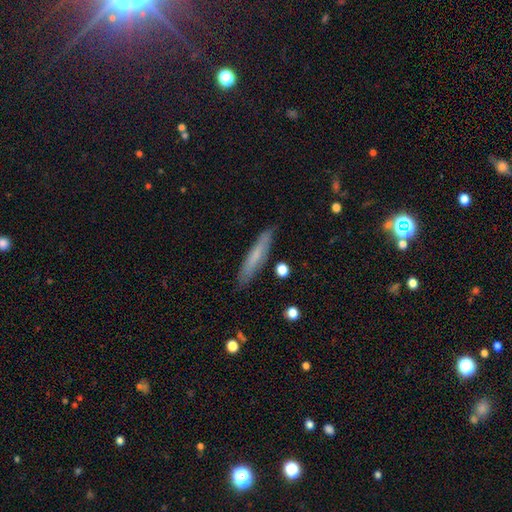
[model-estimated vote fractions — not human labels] Smooth or featured: smooth — 64% (featured or disk — 29%)
How rounded: cigar-shaped — 91% (in between — 8%)
Merging: none — 86% (minor disturbance — 11%)